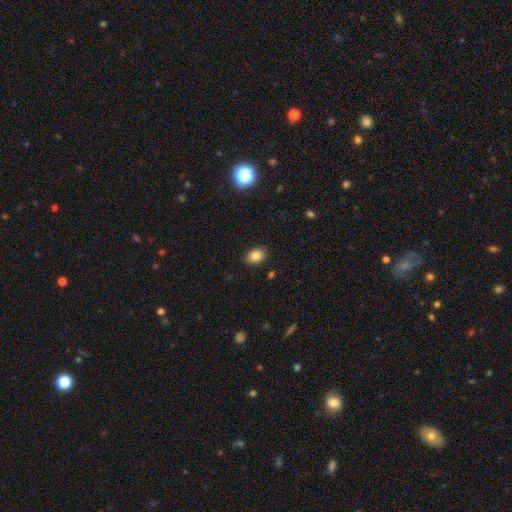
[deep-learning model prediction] A smooth galaxy with no disk features (84%) that is in between round and cigar-shaped (76%). Merging: none (89%).